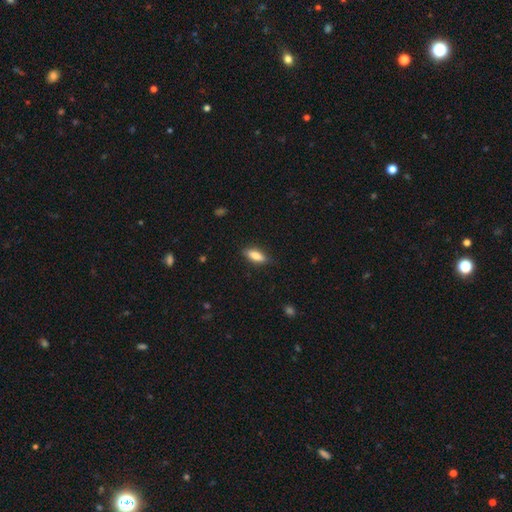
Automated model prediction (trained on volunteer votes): smooth_or_featured: smooth (p=0.79) [alt: featured or disk p=0.15]
how_rounded: in between (p=0.70) [alt: cigar-shaped p=0.28]
merging: none (p=0.85) [alt: minor disturbance p=0.12]